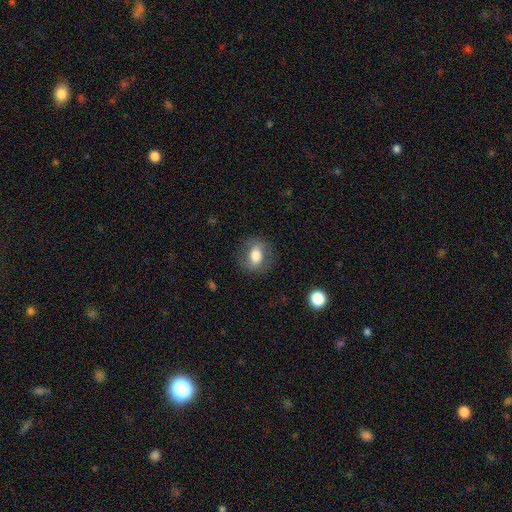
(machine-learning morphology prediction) This appears to be a smooth galaxy with no disk features (67%) that is in between round and cigar-shaped (57%). Merging: none (79%).